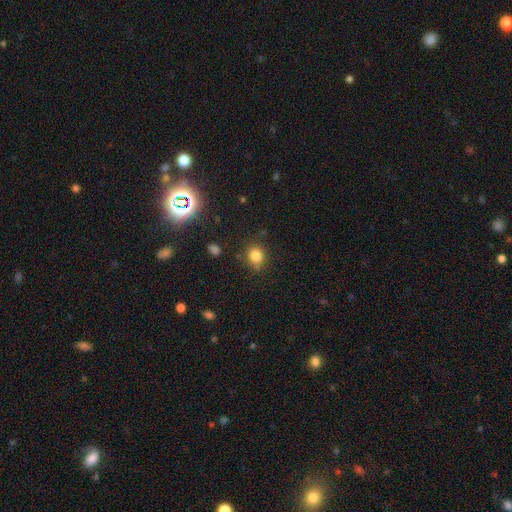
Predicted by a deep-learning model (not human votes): Smooth or featured? smooth (80%)
How rounded? round (78%)
Merging? none (76%)